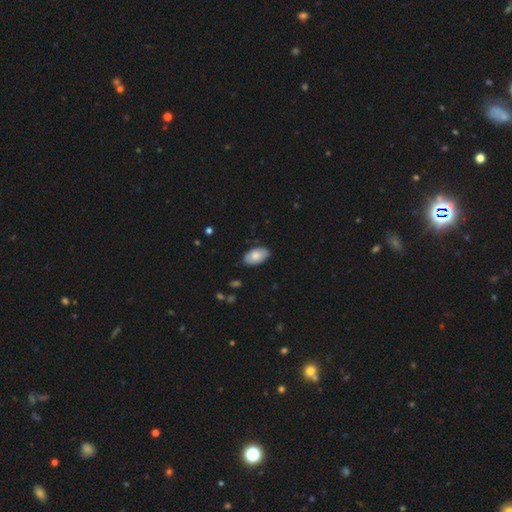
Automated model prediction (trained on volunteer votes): The model was most divided on "smooth or featured": smooth: 76%, featured or disk: 18%, star or artifact: 6%. More confident: how rounded — in between (94%); merging — none (83%).